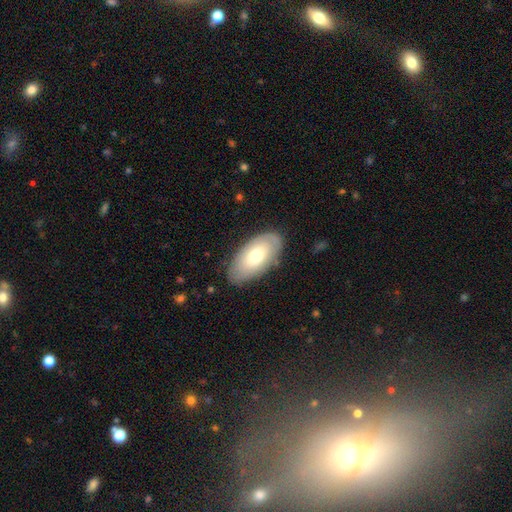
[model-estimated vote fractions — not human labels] Morphology: type=smooth (63%); roundness=in between (94%); merging=none (80%).